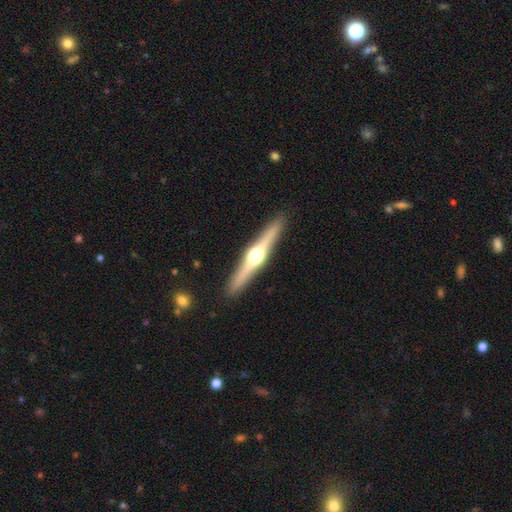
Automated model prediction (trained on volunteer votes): Overall: featured or disk (75%). Edge-on disk: yes (98%). Edge-on bulge: rounded (95%). Merging: none (91%).